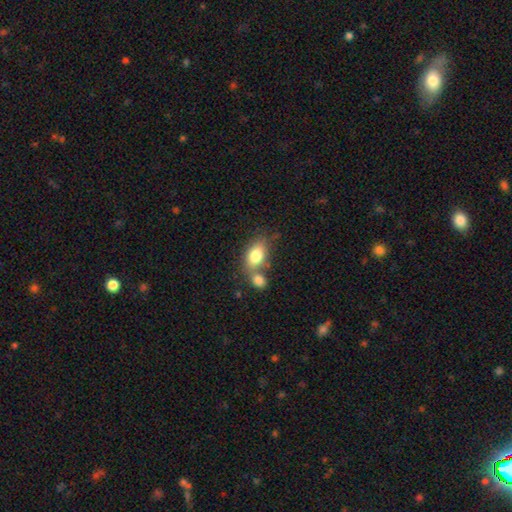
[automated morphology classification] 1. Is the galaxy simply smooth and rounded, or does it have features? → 80% smooth, 13% featured or disk, 7% star or artifact.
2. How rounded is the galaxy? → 85% in between, 12% round, 3% cigar-shaped.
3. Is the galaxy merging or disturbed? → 42% merger, 41% none, 12% minor disturbance, 4% major disturbance.